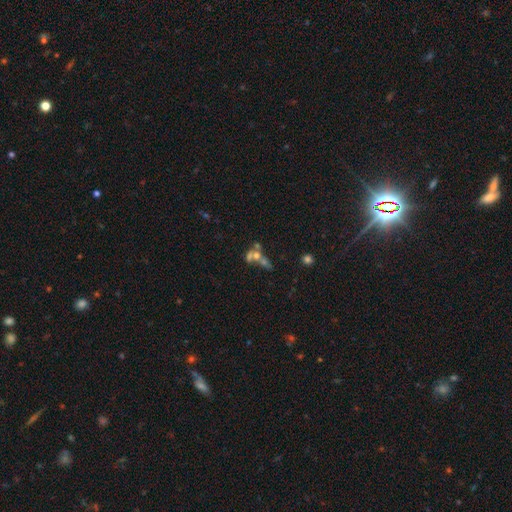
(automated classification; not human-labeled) Smooth or featured?
  - smooth: 42% *
  - featured or disk: 37%
  - star or artifact: 21%
Merging?
  - merger: 59% *
  - none: 24%
  - major disturbance: 10%
  - minor disturbance: 8%